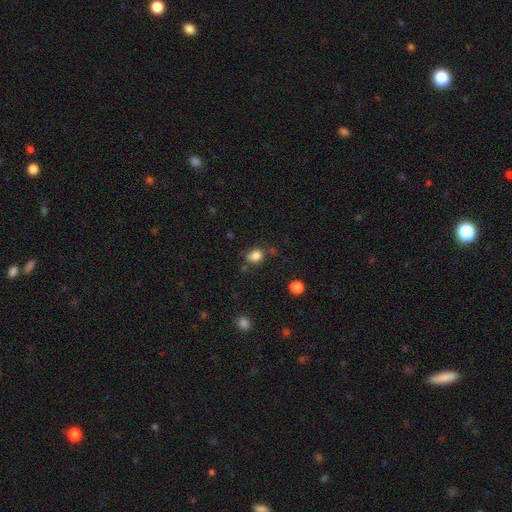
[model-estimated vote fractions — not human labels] Morphology: type=smooth (83%); roundness=round (54%); merging=none (68%).